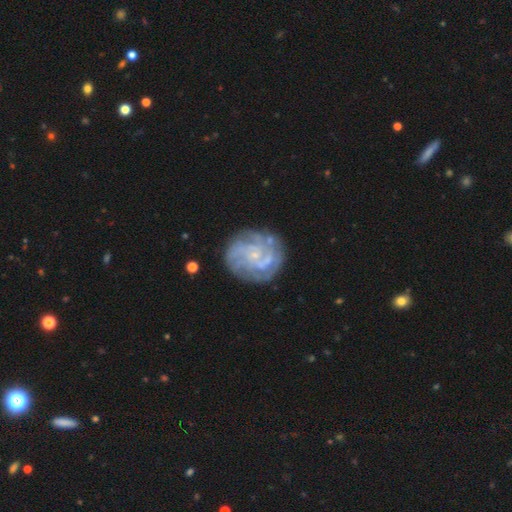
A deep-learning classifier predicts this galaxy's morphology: A featured or disk galaxy (80%) with no bar (71%), tight (58%) spiral arms (90%) and a small central bulge (77%).

Vote fractions:
- Smooth or featured? featured or disk: 80% / smooth: 12% / star or artifact: 8%
- Edge-on disk? no: 98% / yes: 2%
- Bar? no: 71% / weak: 24% / strong: 5%
- Spiral arms? yes: 90% / no: 10%
- Spiral winding? tight: 58% / medium: 32% / loose: 11%
- Spiral arm count? can't tell: 35% / 4: 21% / 3: 16% / 2: 12% / more than 4: 9% / 1: 7%
- Bulge size? small: 77% / none: 11% / moderate: 9% / large: 1% / dominant: 1%
- Merging? none: 75% / minor disturbance: 15% / major disturbance: 7% / merger: 3%